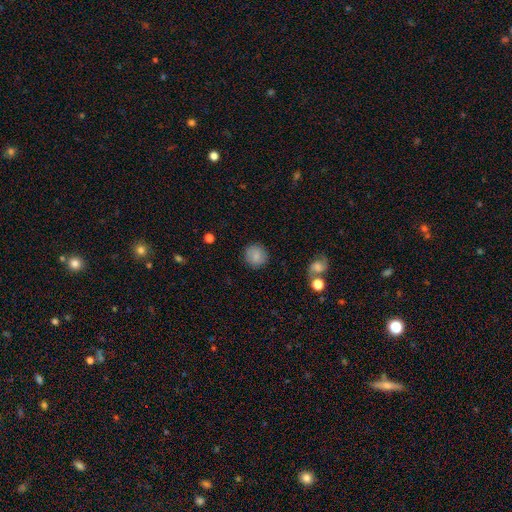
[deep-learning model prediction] Smooth or featured? Predicted: smooth (p=0.83). How rounded? Predicted: round (p=0.90). Merging? Predicted: none (p=0.88).